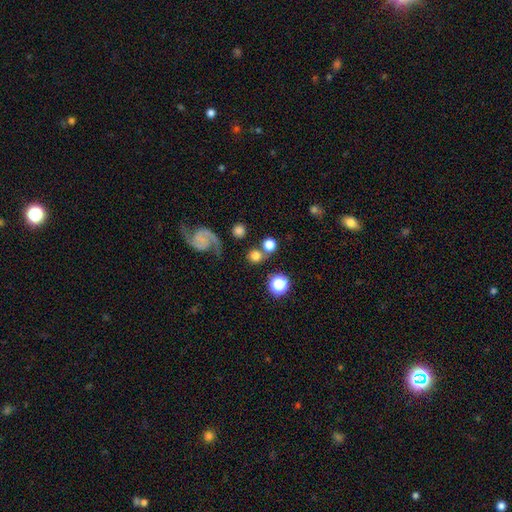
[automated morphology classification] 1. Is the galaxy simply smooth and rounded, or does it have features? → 69% smooth, 18% featured or disk, 13% star or artifact.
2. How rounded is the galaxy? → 90% round, 9% in between, 1% cigar-shaped.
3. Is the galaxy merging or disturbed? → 66% none, 19% merger, 9% minor disturbance, 6% major disturbance.